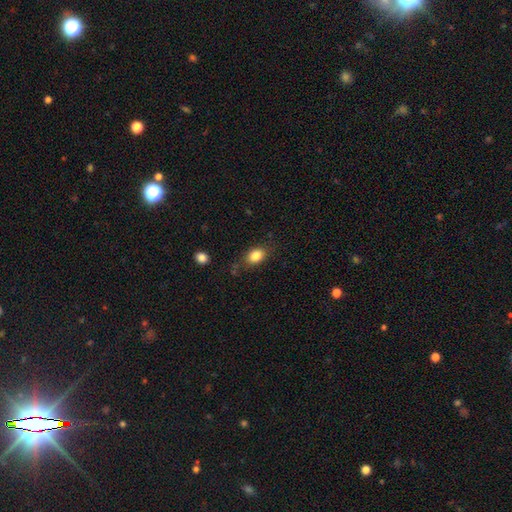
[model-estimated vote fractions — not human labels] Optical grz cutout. It shows a smooth galaxy with no disk features (84%) that is in between round and cigar-shaped (77%). Merging: none (76%).